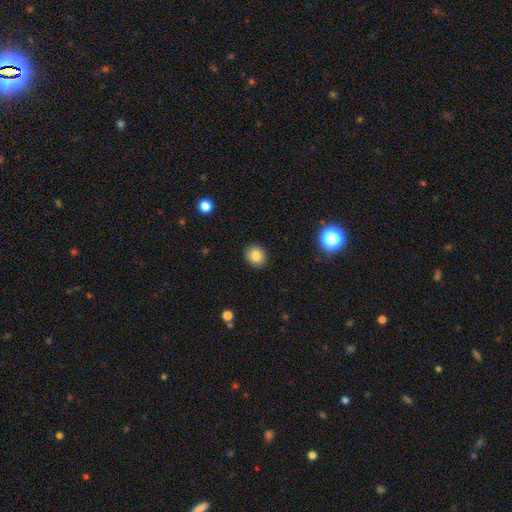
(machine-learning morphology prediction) Overall: smooth (84%). How rounded: round (70%). Merging: none (90%).